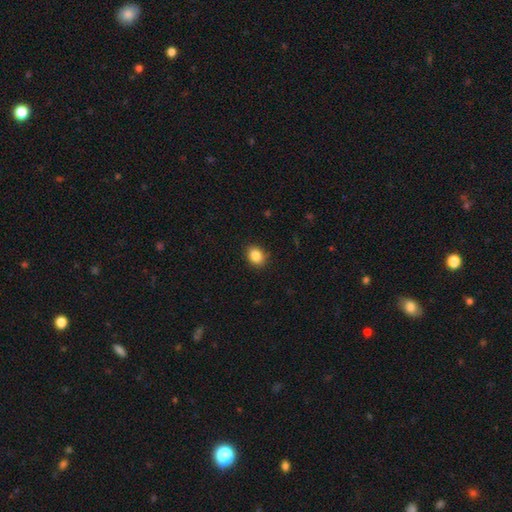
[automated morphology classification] This is clearly a smooth galaxy (86%). How rounded: possibly round (54%). Merging: clearly none (88%).